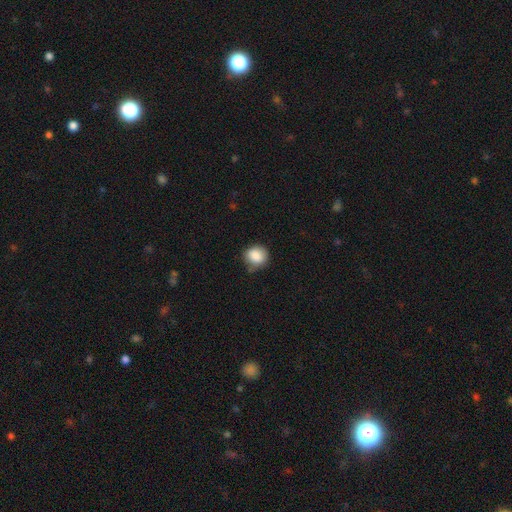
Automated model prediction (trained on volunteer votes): smooth-or-featured: smooth: 87% | star or artifact: 8% | featured or disk: 5%
  how-rounded: round: 77% | in between: 22% | cigar-shaped: 1%
  merging: none: 67% | minor disturbance: 26% | major disturbance: 5% | merger: 3%